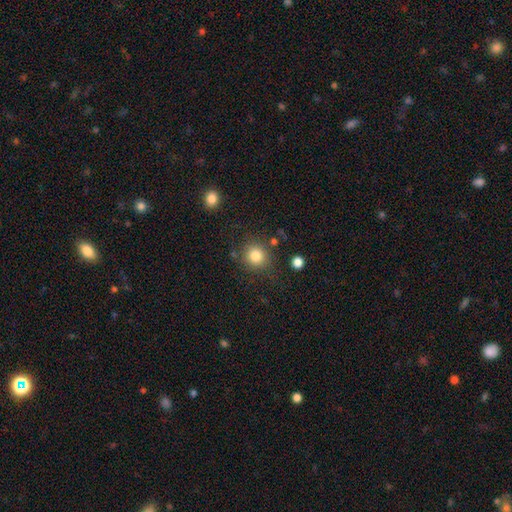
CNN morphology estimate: smooth-or-featured: smooth: 82% | star or artifact: 11% | featured or disk: 6%
  how-rounded: round: 89% | in between: 10% | cigar-shaped: 1%
  merging: none: 81% | minor disturbance: 10% | merger: 5% | major disturbance: 4%